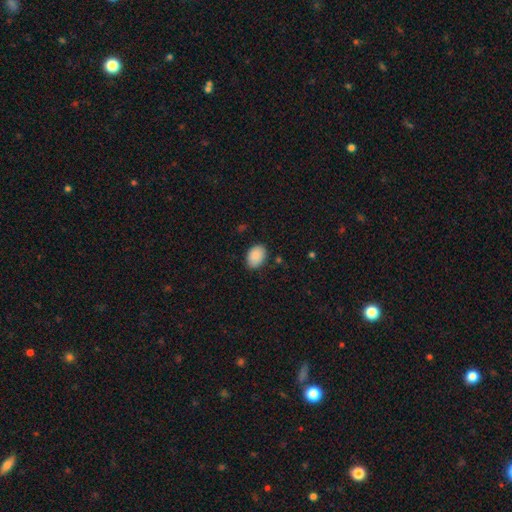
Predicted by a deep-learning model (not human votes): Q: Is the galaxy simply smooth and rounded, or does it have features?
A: smooth — 89%.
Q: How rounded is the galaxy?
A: in between — 81%.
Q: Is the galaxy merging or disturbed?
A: none — 83%.